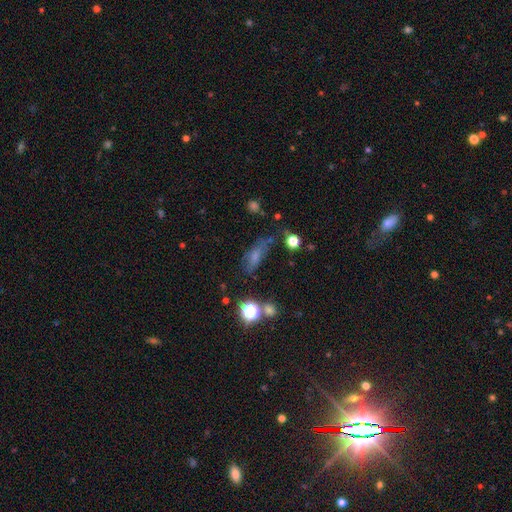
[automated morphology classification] Smooth or featured: smooth — 46% (star or artifact — 29%)
Merging: none — 56% (minor disturbance — 24%)